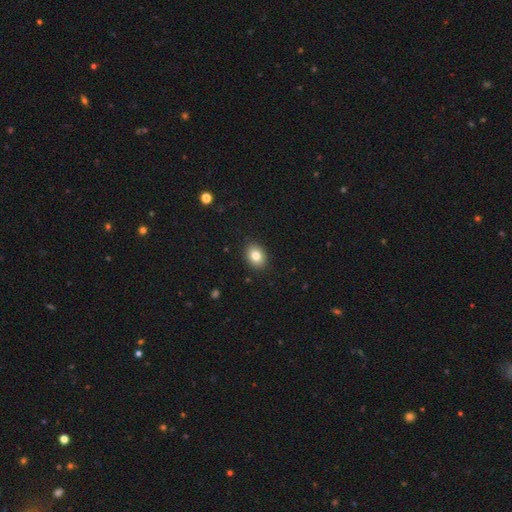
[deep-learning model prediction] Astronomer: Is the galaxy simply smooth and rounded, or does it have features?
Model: smooth — 82%.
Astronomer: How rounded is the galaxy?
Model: in between — 63%.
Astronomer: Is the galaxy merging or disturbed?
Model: none — 90%.